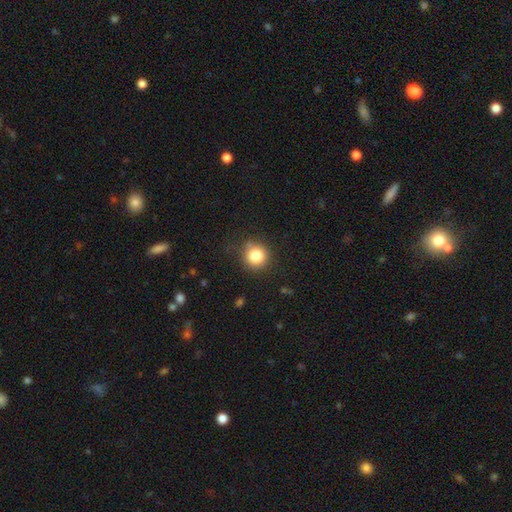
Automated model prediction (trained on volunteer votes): Smooth or featured? Predicted: smooth (p=0.82). How rounded? Predicted: round (p=0.91). Merging? Predicted: none (p=0.83).